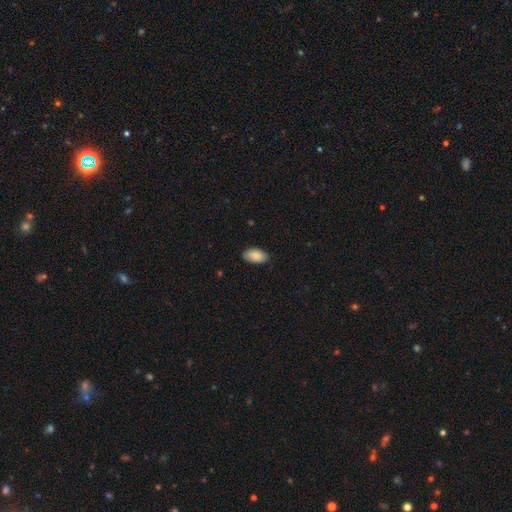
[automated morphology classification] A smooth galaxy with no disk features (89%) that is in between round and cigar-shaped (95%). Merging: none (87%).